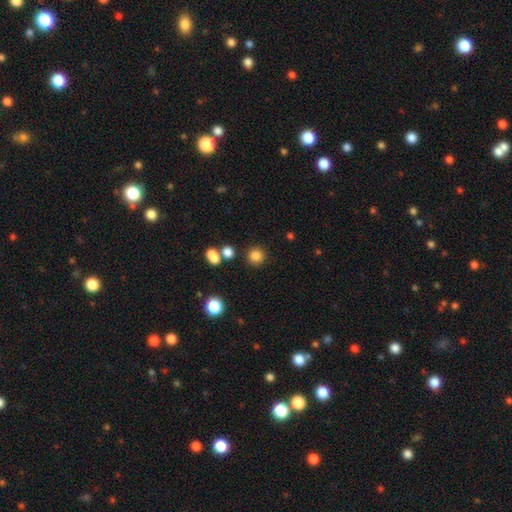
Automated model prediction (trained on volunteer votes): smooth_or_featured: smooth (p=0.82) [alt: star or artifact p=0.13]
how_rounded: round (p=0.92) [alt: in between p=0.07]
merging: none (p=0.84) [alt: minor disturbance p=0.07]